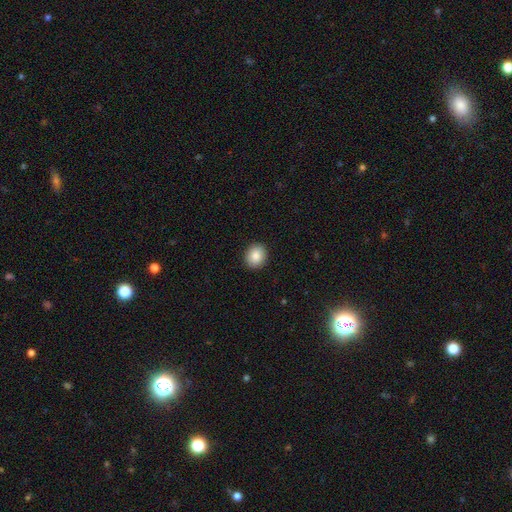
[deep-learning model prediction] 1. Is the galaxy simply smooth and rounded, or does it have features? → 87% smooth, 8% star or artifact, 5% featured or disk.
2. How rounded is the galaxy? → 73% round, 26% in between, 1% cigar-shaped.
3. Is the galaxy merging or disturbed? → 91% none, 6% minor disturbance, 2% major disturbance, 1% merger.